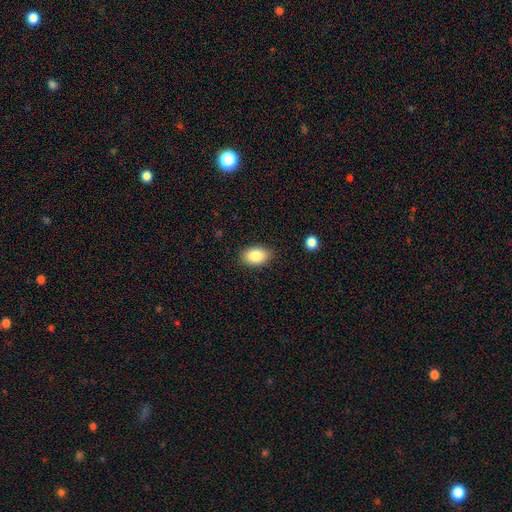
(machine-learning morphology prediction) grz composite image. It shows a smooth galaxy with no disk features (86%) that is in between round and cigar-shaped (89%). Merging: none (86%).